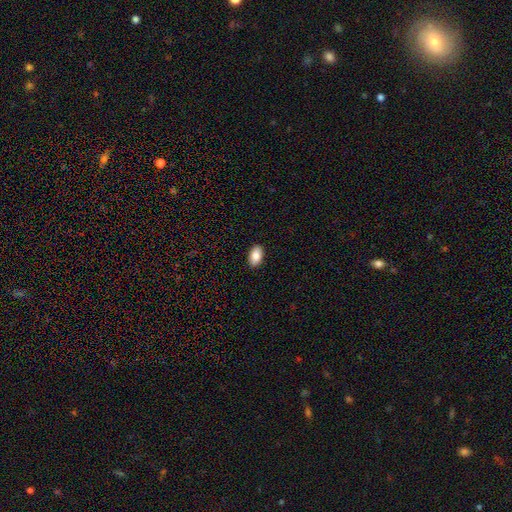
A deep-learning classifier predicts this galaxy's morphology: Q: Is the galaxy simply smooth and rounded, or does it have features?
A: smooth — 87%.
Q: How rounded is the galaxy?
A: in between — 94%.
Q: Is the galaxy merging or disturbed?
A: none — 90%.